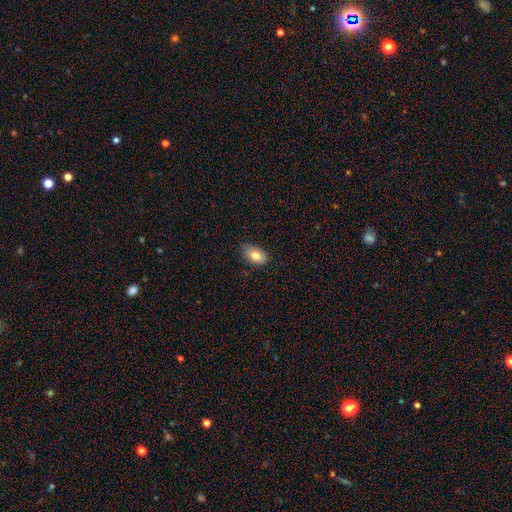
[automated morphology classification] smooth-or-featured: smooth: 80% | featured or disk: 12% | star or artifact: 8%
  how-rounded: in between: 90% | round: 8% | cigar-shaped: 2%
  merging: none: 73% | minor disturbance: 23% | major disturbance: 3% | merger: 1%